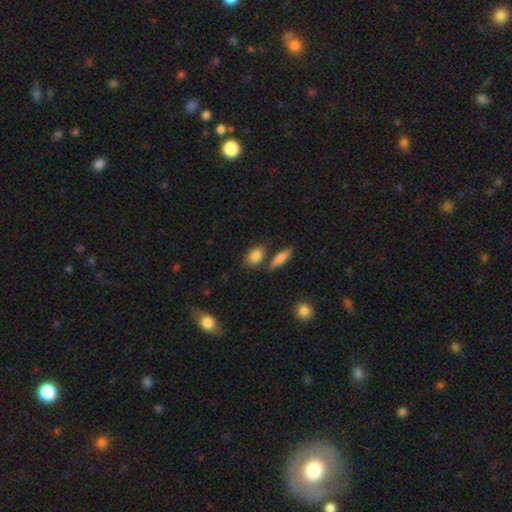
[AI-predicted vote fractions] Smooth or featured? Predicted: smooth (p=0.84). How rounded? Predicted: in between (p=0.70). Merging? Predicted: none (p=0.67).